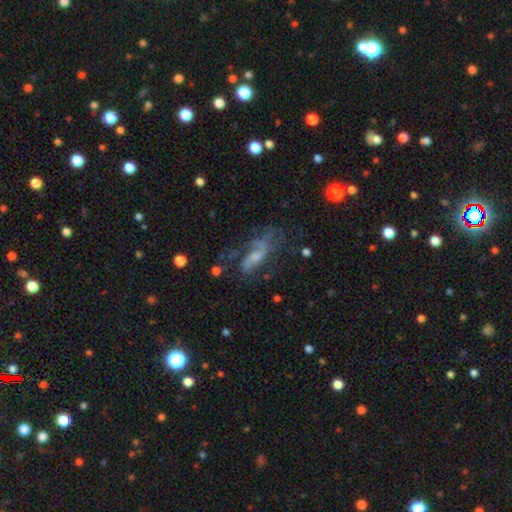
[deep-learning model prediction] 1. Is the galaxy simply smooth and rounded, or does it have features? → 69% featured or disk, 20% smooth, 11% star or artifact.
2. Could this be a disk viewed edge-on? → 88% no, 12% yes.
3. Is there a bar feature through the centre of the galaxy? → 55% no, 35% weak, 10% strong.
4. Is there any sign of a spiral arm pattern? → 79% yes, 21% no.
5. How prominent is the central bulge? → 48% small, 35% moderate, 11% none, 4% large, 1% dominant.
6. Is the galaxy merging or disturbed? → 44% none, 30% major disturbance, 21% minor disturbance, 5% merger.